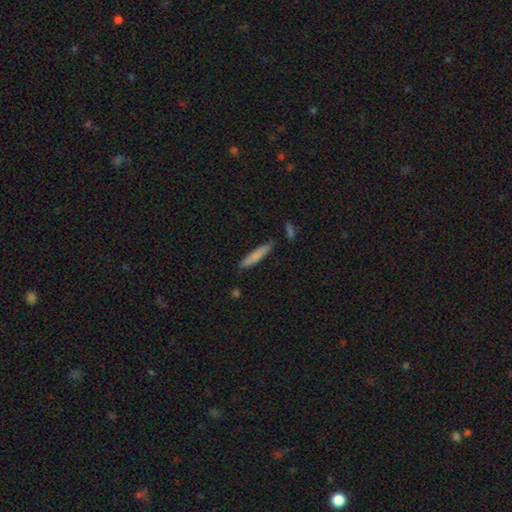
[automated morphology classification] smooth-or-featured: smooth: 77% | featured or disk: 16% | star or artifact: 6%
  how-rounded: cigar-shaped: 92% | in between: 7% | round: 1%
  merging: none: 83% | minor disturbance: 12% | merger: 4% | major disturbance: 2%